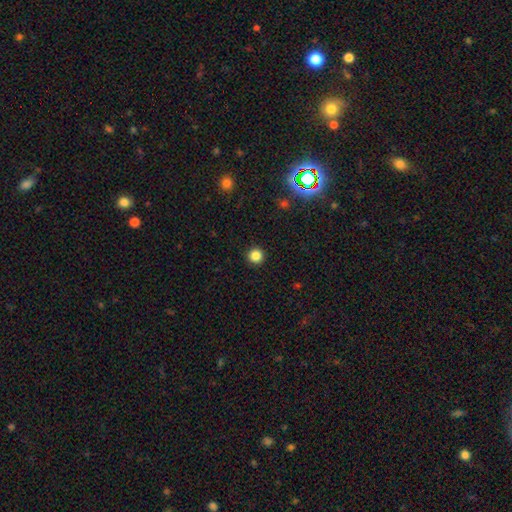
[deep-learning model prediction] Morphology: type=smooth (85%); roundness=round (96%); merging=none (93%).